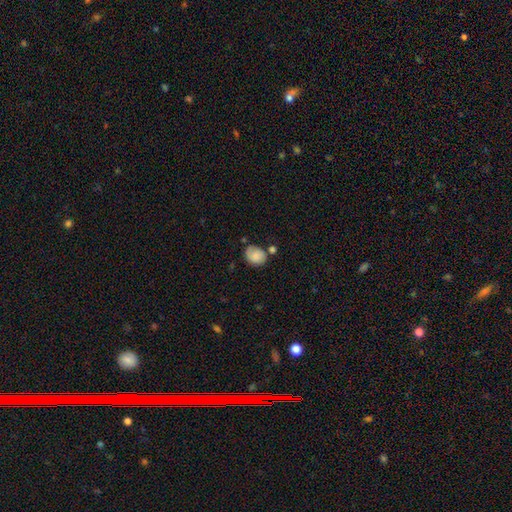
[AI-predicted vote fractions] Smooth or featured: smooth — 71% (featured or disk — 20%)
How rounded: round — 56% (in between — 43%)
Merging: none — 59% (minor disturbance — 24%)